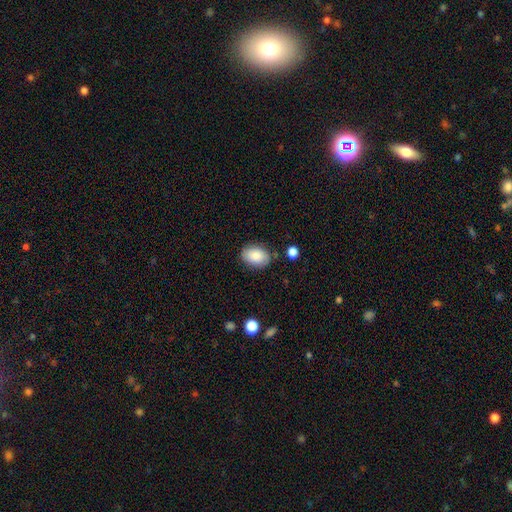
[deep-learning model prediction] This is clearly a smooth galaxy (87%). How rounded: clearly in between (84%). Merging: clearly none (81%).